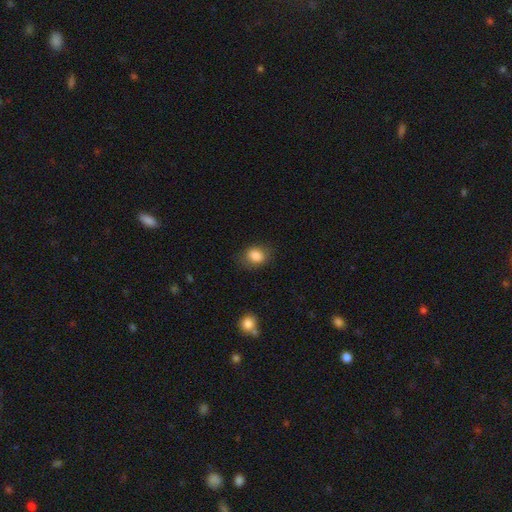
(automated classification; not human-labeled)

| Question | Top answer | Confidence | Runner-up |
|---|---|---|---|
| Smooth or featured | smooth | 86% | star or artifact (9%) |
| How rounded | in between | 51% | round (48%) |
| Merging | none | 78% | minor disturbance (16%) |